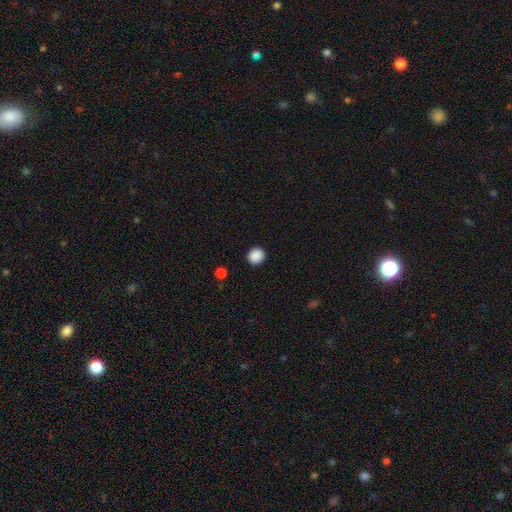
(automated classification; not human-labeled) Overall: smooth (89%). How rounded: round (85%). Merging: none (91%).